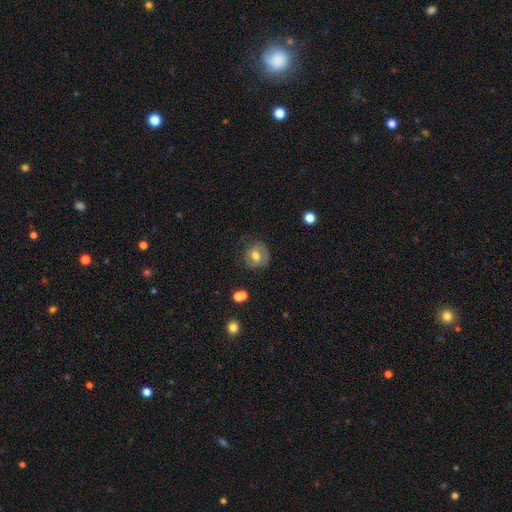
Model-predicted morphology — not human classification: Smooth or featured? smooth (57%)
How rounded? round (84%)
Merging? none (71%)